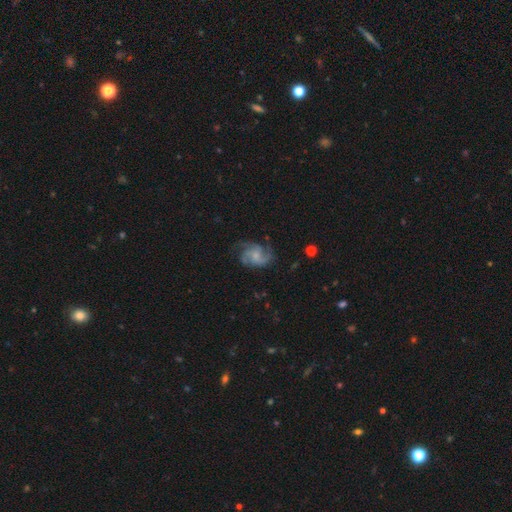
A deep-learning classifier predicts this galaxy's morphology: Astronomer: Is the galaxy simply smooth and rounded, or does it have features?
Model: featured or disk — 79%.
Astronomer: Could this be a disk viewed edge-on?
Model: no — 98%.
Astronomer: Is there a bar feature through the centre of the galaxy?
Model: no — 63%.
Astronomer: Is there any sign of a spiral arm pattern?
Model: yes — 95%.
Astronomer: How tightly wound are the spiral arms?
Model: medium — 51% (runner-up: tight, 27%).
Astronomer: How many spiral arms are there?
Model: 3 — 46%.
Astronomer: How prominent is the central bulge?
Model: small — 36% (runner-up: moderate, 33%).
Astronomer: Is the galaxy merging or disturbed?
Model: none — 65%.